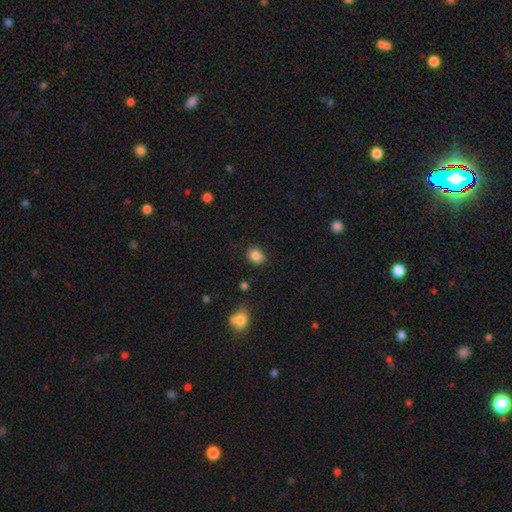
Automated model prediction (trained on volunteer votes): smooth_or_featured: smooth (p=0.86) [alt: star or artifact p=0.10]
how_rounded: round (p=0.56) [alt: in between p=0.43]
merging: none (p=0.84) [alt: minor disturbance p=0.11]